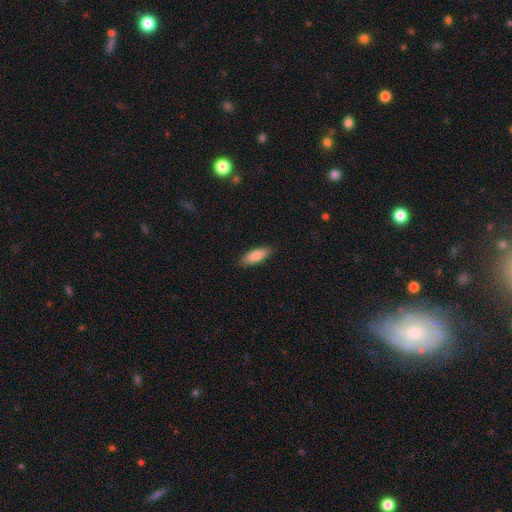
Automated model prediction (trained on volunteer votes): A smooth galaxy with no disk features (85%) that is in between round and cigar-shaped (66%). Merging: none (87%).